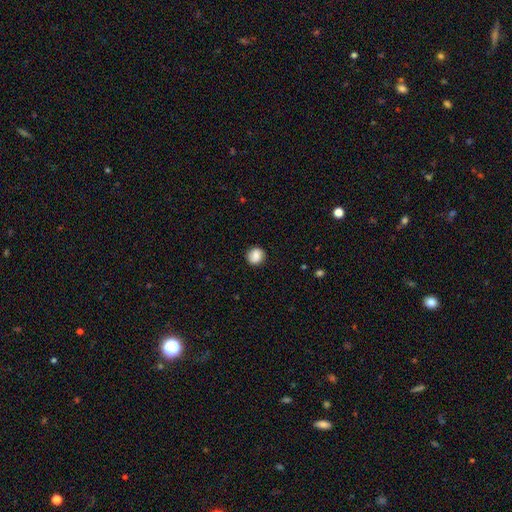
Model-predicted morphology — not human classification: Smooth or featured? Predicted: smooth (p=0.83). How rounded? Predicted: round (p=0.83). Merging? Predicted: none (p=0.86).